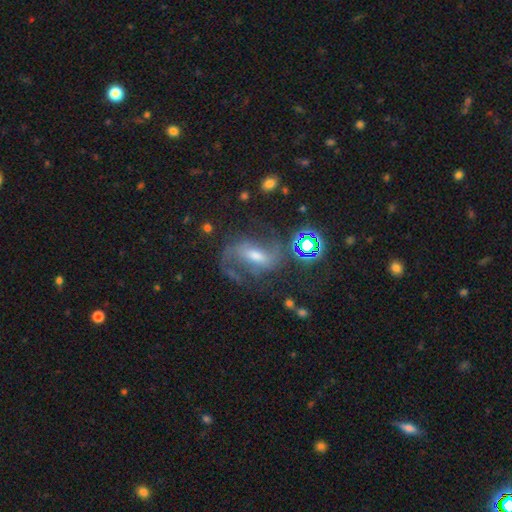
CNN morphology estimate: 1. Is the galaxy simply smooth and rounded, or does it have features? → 76% featured or disk, 13% star or artifact, 11% smooth.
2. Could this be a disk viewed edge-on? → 96% no, 4% yes.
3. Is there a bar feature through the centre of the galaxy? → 45% weak, 37% strong, 18% no.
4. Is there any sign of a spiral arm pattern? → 94% yes, 6% no.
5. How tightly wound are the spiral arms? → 51% medium, 35% loose, 14% tight.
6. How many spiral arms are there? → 82% 2, 6% can't tell, 6% 1, 3% 3, 2% 4, 1% more than 4.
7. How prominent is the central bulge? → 51% moderate, 29% small, 12% large, 6% none, 2% dominant.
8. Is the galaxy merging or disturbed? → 58% none, 19% major disturbance, 17% minor disturbance, 5% merger.